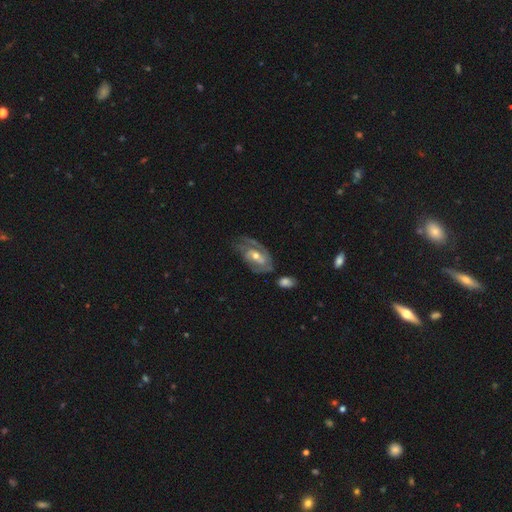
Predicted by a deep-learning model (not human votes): Smooth or featured? featured or disk (81%)
Edge-on disk? no (96%)
Bar? weak (43%)
Spiral arms? yes (89%)
Spiral winding? tight (47%)
Spiral arm count? 2 (54%)
Bulge size? moderate (64%)
Merging? none (55%)